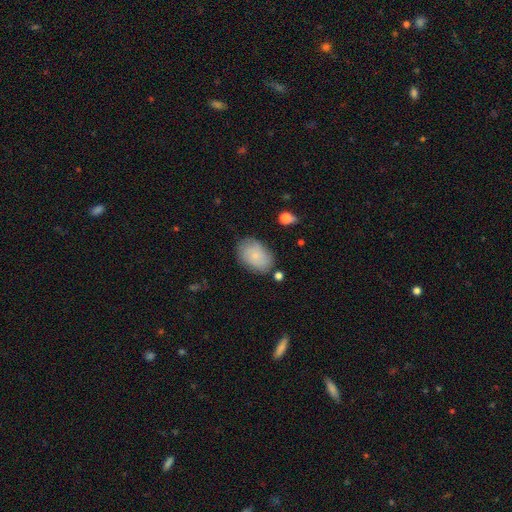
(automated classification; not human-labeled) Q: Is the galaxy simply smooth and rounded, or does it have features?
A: smooth — 64%.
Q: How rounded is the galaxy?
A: in between — 84%.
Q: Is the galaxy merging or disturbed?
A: none — 75%.